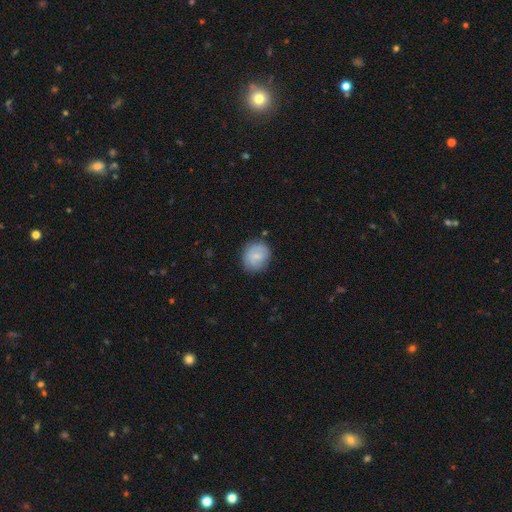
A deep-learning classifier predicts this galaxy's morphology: A smooth galaxy with no disk features (69%) that is round (76%).

Vote fractions:
- Smooth or featured? smooth: 69% / featured or disk: 23% / star or artifact: 7%
- How rounded? round: 76% / in between: 23% / cigar-shaped: 1%
- Merging? none: 77% / minor disturbance: 17% / major disturbance: 4% / merger: 2%